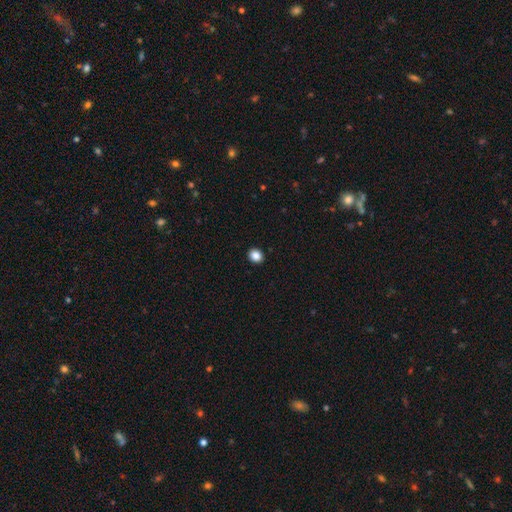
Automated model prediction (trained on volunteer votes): A smooth galaxy with no disk features (87%) that is round (65%). Merging: none (92%).